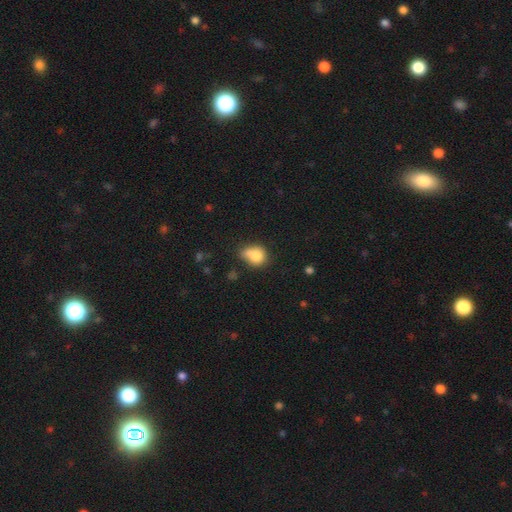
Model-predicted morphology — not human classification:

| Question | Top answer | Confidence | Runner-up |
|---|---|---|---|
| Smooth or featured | smooth | 79% | featured or disk (11%) |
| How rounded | round | 64% | in between (35%) |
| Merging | none | 38% | merger (26%) |